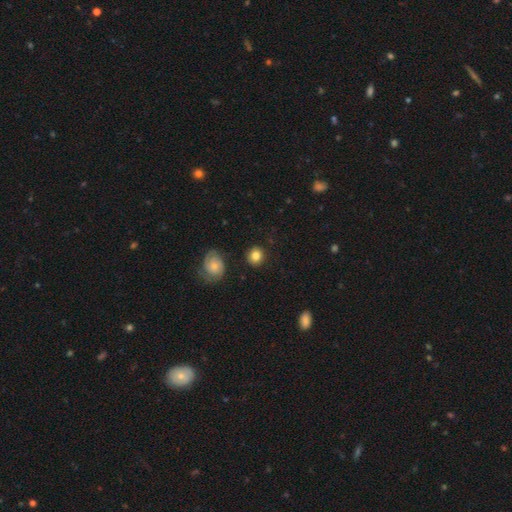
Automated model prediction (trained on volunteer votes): Overall: smooth (82%). How rounded: round (85%). Merging: none (86%).